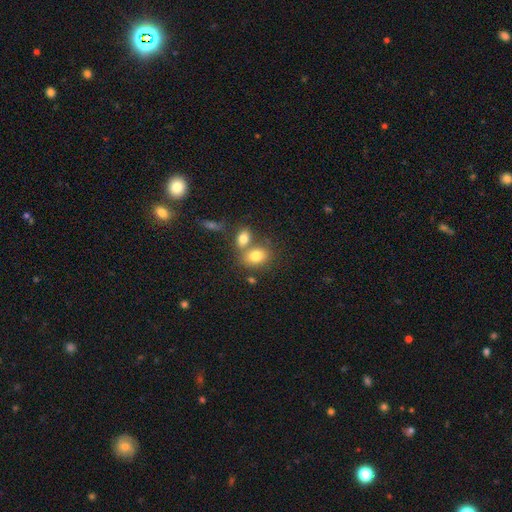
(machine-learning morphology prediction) Smooth or featured?
  - smooth: 78% *
  - featured or disk: 13%
  - star or artifact: 10%
How rounded?
  - in between: 65% *
  - round: 34%
  - cigar-shaped: 1%
Merging?
  - merger: 45% *
  - none: 42%
  - minor disturbance: 9%
  - major disturbance: 4%